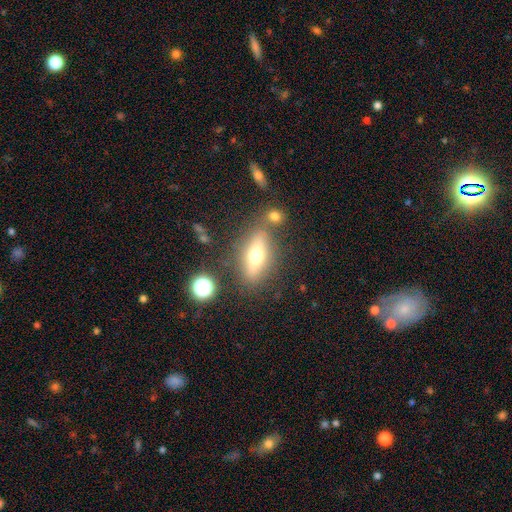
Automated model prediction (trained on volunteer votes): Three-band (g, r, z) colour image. It shows a smooth galaxy with no disk features (53%) that is in between round and cigar-shaped (59%). Merging: none (72%).